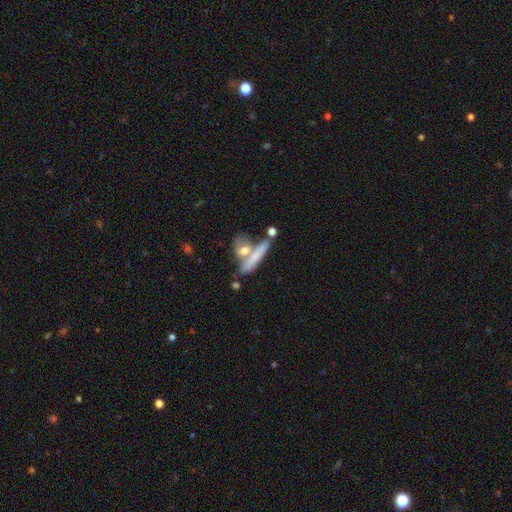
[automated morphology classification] smooth 61%, featured or disk 31%, star or artifact 8%. Down the decision tree: how rounded — cigar-shaped (73%); merging — none (47%).